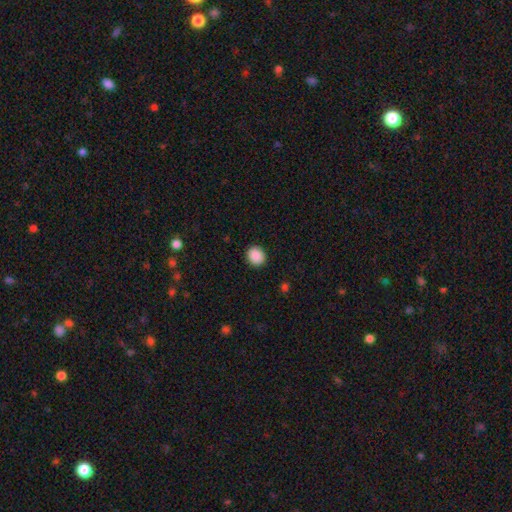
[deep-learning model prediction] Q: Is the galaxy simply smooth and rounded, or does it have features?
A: smooth — 89%.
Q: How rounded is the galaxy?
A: round — 80%.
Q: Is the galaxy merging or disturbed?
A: none — 91%.